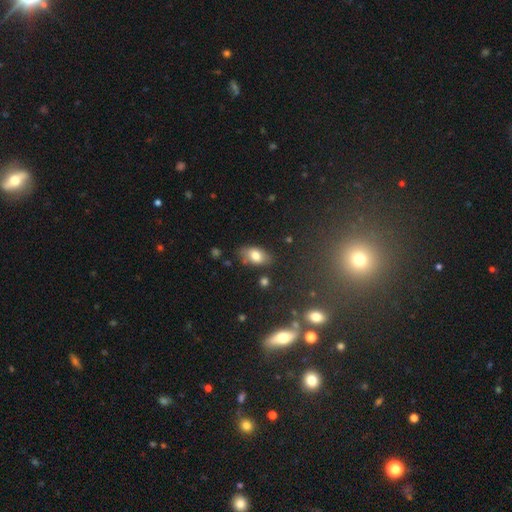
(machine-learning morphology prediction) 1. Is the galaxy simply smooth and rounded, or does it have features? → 77% smooth, 14% featured or disk, 9% star or artifact.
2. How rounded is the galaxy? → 92% in between, 6% round, 3% cigar-shaped.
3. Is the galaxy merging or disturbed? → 76% none, 17% minor disturbance, 4% merger, 4% major disturbance.